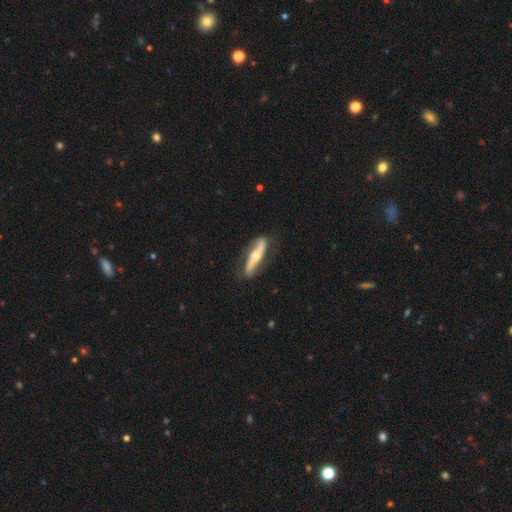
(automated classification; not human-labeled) smooth_or_featured: featured or disk (p=0.69) [alt: smooth p=0.27]
disk_edge_on: yes (p=0.66) [alt: no p=0.34]
merging: none (p=0.78) [alt: minor disturbance p=0.15]